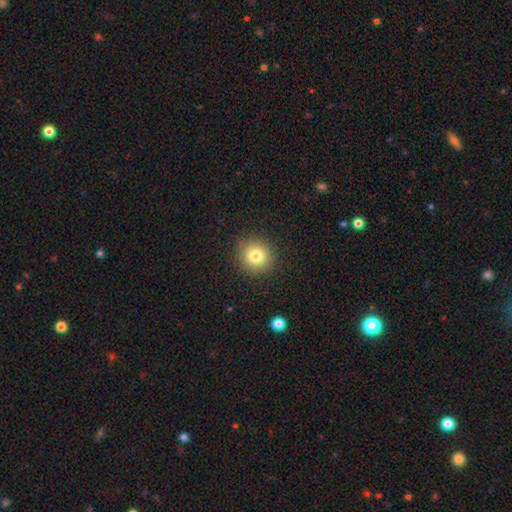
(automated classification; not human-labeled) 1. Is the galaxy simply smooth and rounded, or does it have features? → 79% smooth, 12% star or artifact, 9% featured or disk.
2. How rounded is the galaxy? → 91% round, 8% in between, 1% cigar-shaped.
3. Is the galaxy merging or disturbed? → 89% none, 7% minor disturbance, 3% major disturbance, 1% merger.